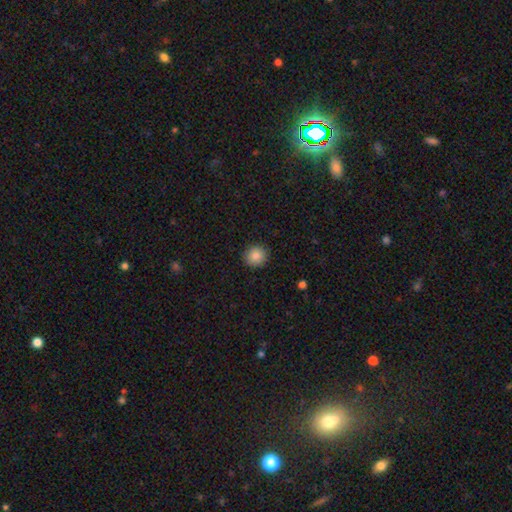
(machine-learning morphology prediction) Smooth or featured?
  - smooth: 86% *
  - star or artifact: 9%
  - featured or disk: 5%
How rounded?
  - round: 89% *
  - in between: 10%
  - cigar-shaped: 1%
Merging?
  - none: 91% *
  - minor disturbance: 6%
  - major disturbance: 2%
  - merger: 1%